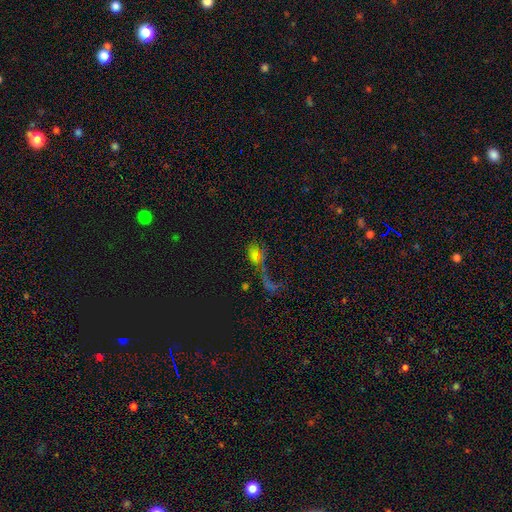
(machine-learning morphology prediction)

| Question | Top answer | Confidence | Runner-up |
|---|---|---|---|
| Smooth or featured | smooth | 55% | star or artifact (25%) |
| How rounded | in between | 78% | round (16%) |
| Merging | merger | 36% | major disturbance (29%) |